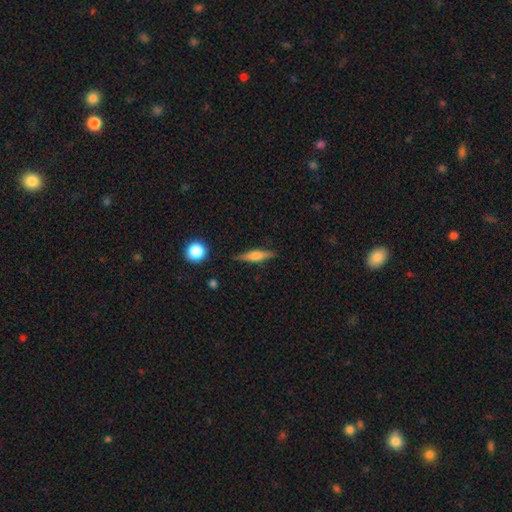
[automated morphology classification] A featured or disk galaxy (51%) viewed edge-on (96%). Merging: none (85%).